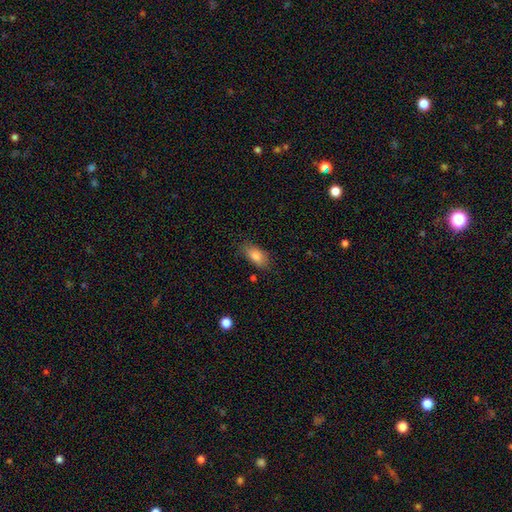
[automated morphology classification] A smooth galaxy with no disk features (83%) that is in between round and cigar-shaped (88%). Merging: none (76%).